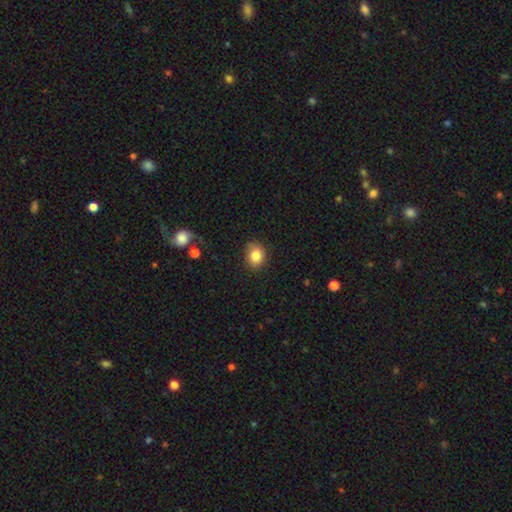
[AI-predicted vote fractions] A smooth galaxy with no disk features (83%) that is round (58%). Merging: none (80%).